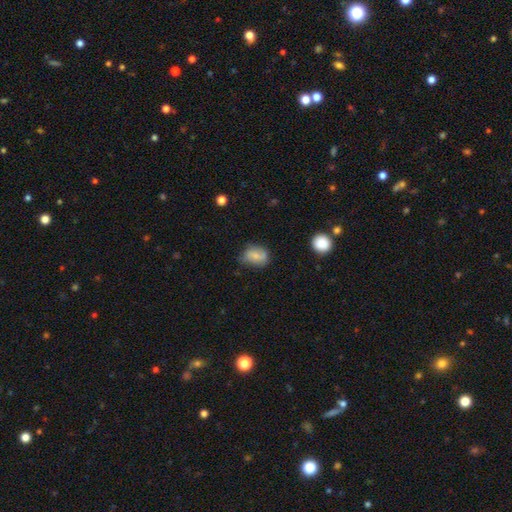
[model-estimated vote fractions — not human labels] Smooth or featured? Predicted: smooth (p=0.72). How rounded? Predicted: in between (p=0.72). Merging? Predicted: none (p=0.56).